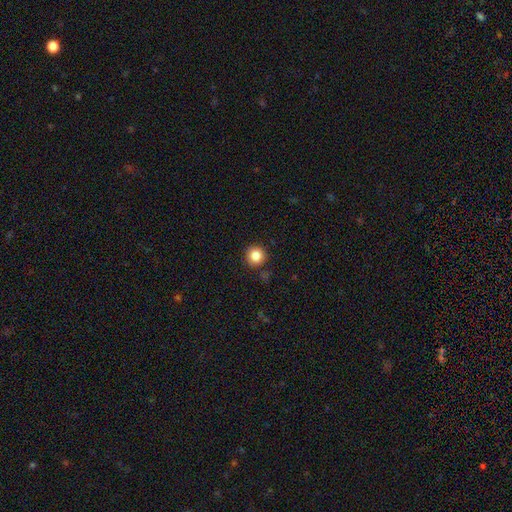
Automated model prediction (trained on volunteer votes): Morphology: type=smooth (85%); roundness=round (94%); merging=none (90%).